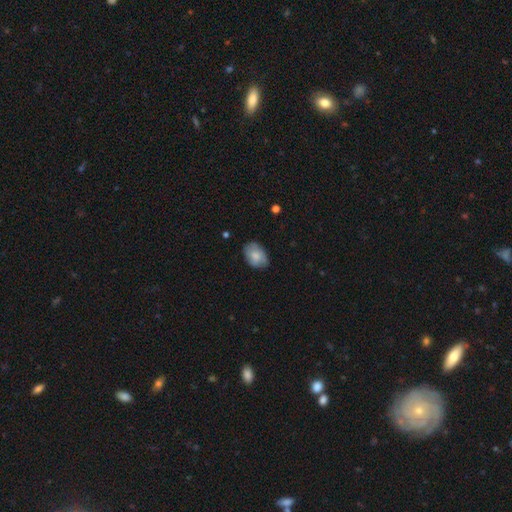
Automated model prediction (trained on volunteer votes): Q: Smooth or featured?
A: smooth (75%); runner-up: featured or disk (18%)
Q: How rounded?
A: in between (82%); runner-up: round (17%)
Q: Merging?
A: none (74%); runner-up: minor disturbance (21%)